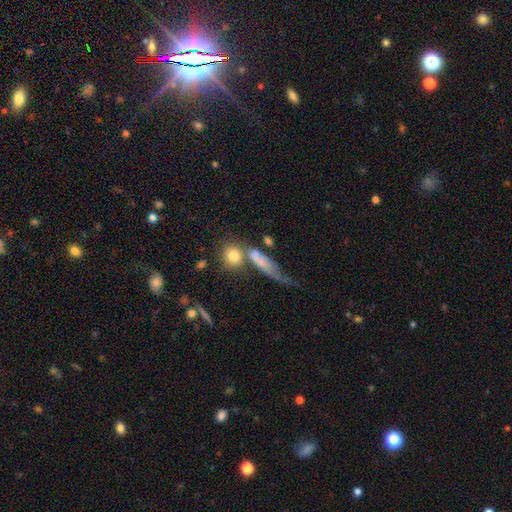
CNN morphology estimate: Smooth or featured?
  - smooth: 65% *
  - featured or disk: 24%
  - star or artifact: 11%
How rounded?
  - cigar-shaped: 37% *
  - in between: 34%
  - round: 29%
Merging?
  - none: 32% *
  - merger: 28%
  - major disturbance: 24%
  - minor disturbance: 16%